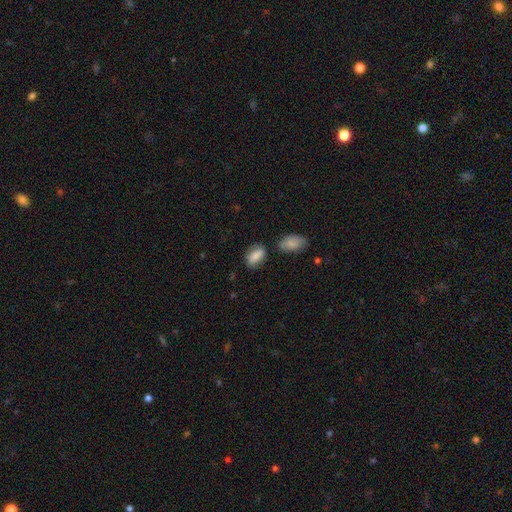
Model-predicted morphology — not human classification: This is likely a smooth galaxy (79%). How rounded: clearly in between (87%). Merging: likely none (71%).